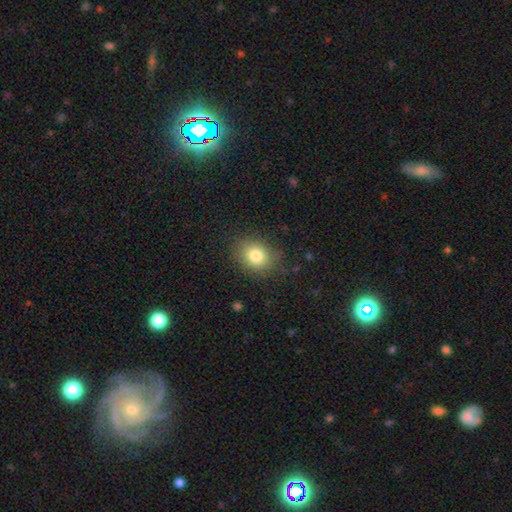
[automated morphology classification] A smooth galaxy with no disk features (81%) that is round (55%).

Vote fractions:
- Smooth or featured? smooth: 81% / star or artifact: 11% / featured or disk: 8%
- How rounded? round: 55% / in between: 44% / cigar-shaped: 1%
- Merging? none: 82% / minor disturbance: 13% / major disturbance: 4% / merger: 1%